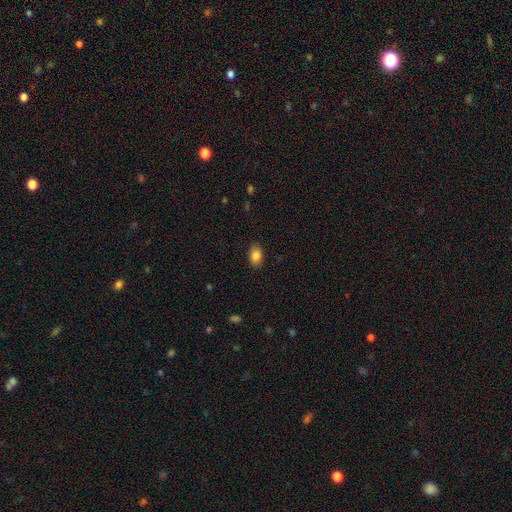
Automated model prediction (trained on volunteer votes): This appears to be a smooth galaxy with no disk features (86%) that is in between round and cigar-shaped (86%). Merging: none (86%).